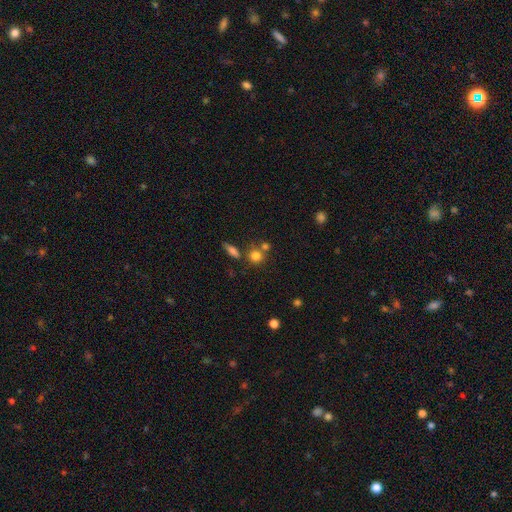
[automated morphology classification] smooth 79%, star or artifact 13%, featured or disk 8%. Down the decision tree: how rounded — round (83%); merging — none (59%).